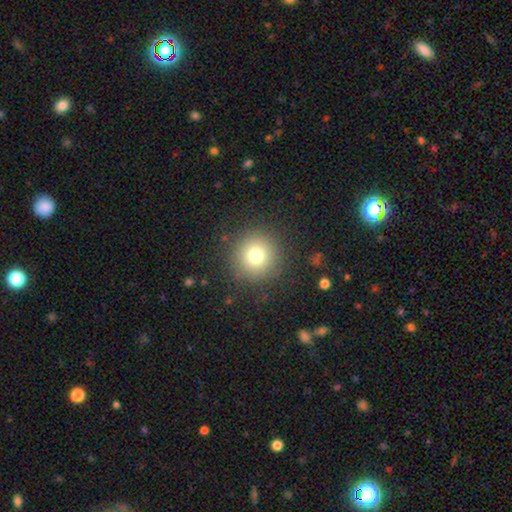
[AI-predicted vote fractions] smooth-or-featured: smooth: 76% | star or artifact: 14% | featured or disk: 10%
  how-rounded: round: 95% | in between: 4% | cigar-shaped: 1%
  merging: none: 89% | minor disturbance: 7% | major disturbance: 3% | merger: 1%